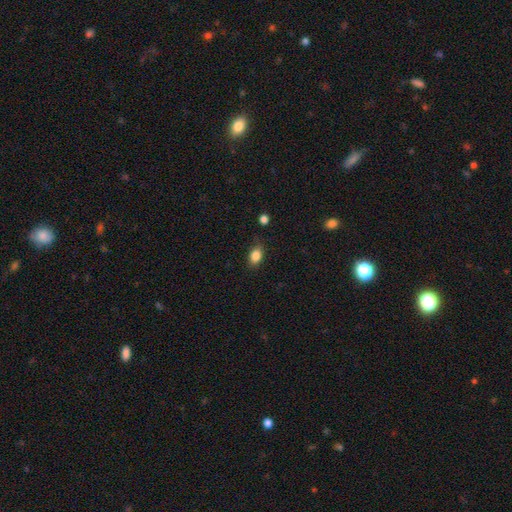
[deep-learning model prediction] smooth-or-featured: smooth: 84% | star or artifact: 9% | featured or disk: 7%
  how-rounded: in between: 79% | round: 19% | cigar-shaped: 2%
  merging: none: 78% | minor disturbance: 16% | major disturbance: 3% | merger: 2%